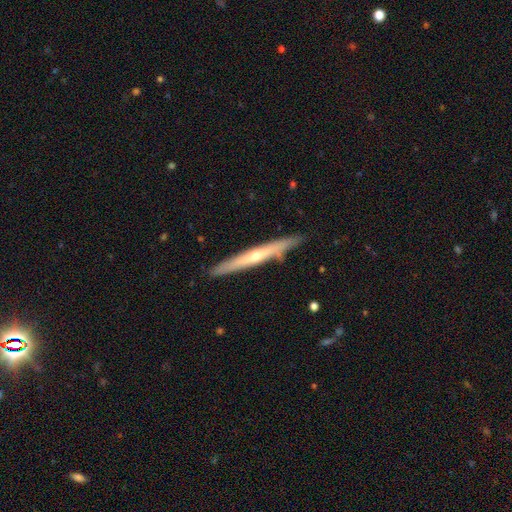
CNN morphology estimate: This is likely a featured or disk galaxy (62%). It is clearly viewed edge-on (93%). Edge-on bulge: likely rounded (64%). Merging: clearly none (87%).